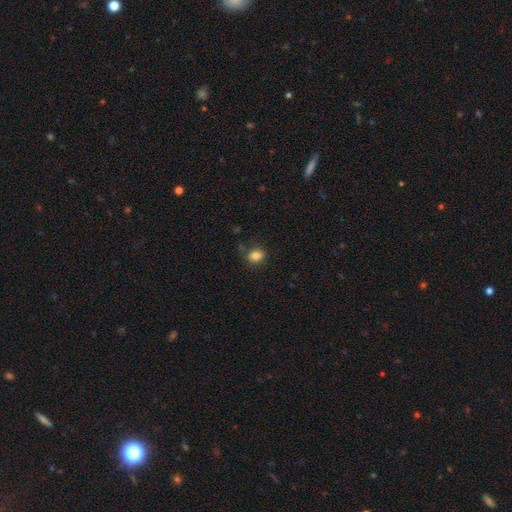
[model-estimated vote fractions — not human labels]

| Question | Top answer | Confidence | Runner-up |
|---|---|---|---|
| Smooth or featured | smooth | 82% | star or artifact (11%) |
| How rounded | round | 52% | in between (47%) |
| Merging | none | 78% | minor disturbance (14%) |